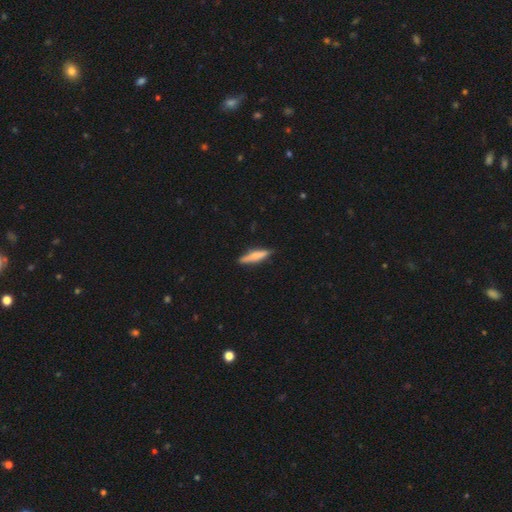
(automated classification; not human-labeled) smooth 59%, featured or disk 35%, star or artifact 6%. Down the decision tree: how rounded — cigar-shaped (81%); merging — none (85%).